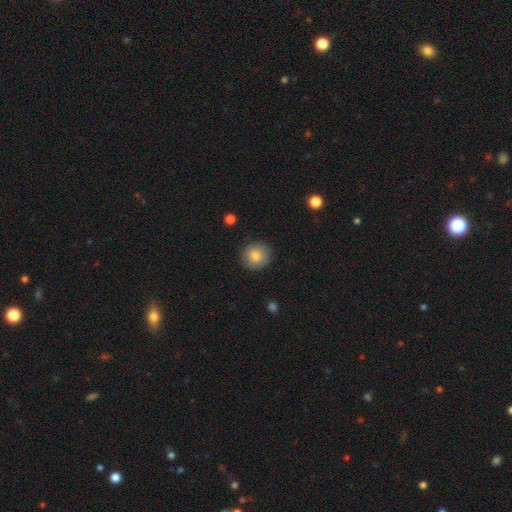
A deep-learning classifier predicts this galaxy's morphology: smooth_or_featured: smooth (p=0.84) [alt: featured or disk p=0.08]
how_rounded: round (p=0.88) [alt: in between p=0.11]
merging: none (p=0.88) [alt: minor disturbance p=0.09]